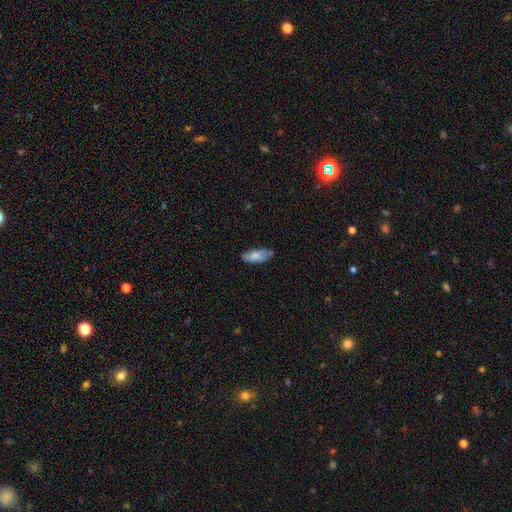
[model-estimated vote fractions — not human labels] Smooth or featured? Predicted: smooth (p=0.73). How rounded? Predicted: in between (p=0.75). Merging? Predicted: none (p=0.70).